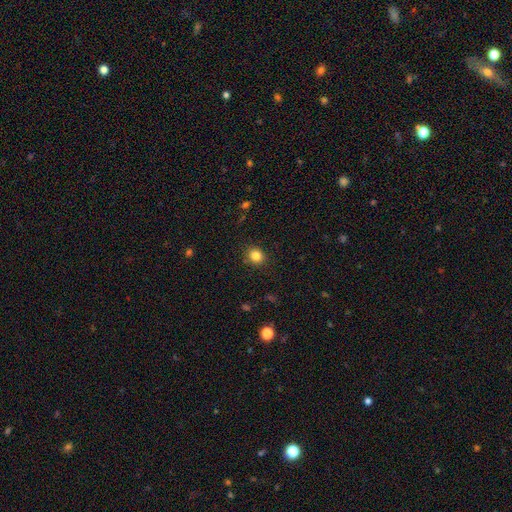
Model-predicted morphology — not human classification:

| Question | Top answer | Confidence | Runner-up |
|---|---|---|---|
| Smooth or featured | smooth | 84% | star or artifact (11%) |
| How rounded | round | 76% | in between (24%) |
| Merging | none | 88% | minor disturbance (8%) |